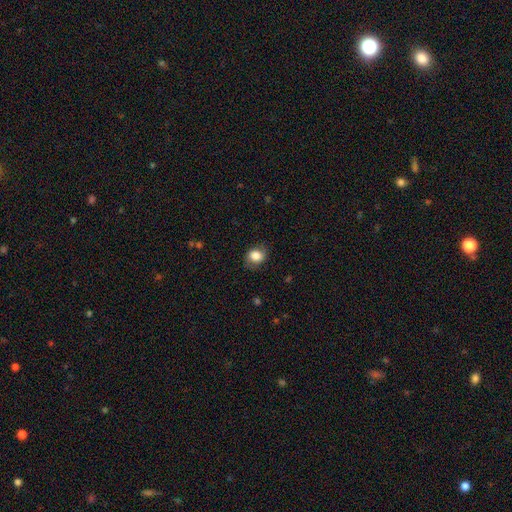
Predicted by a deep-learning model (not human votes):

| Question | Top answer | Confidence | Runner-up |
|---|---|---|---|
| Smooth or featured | smooth | 81% | featured or disk (11%) |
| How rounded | round | 52% | in between (47%) |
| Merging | none | 74% | minor disturbance (19%) |